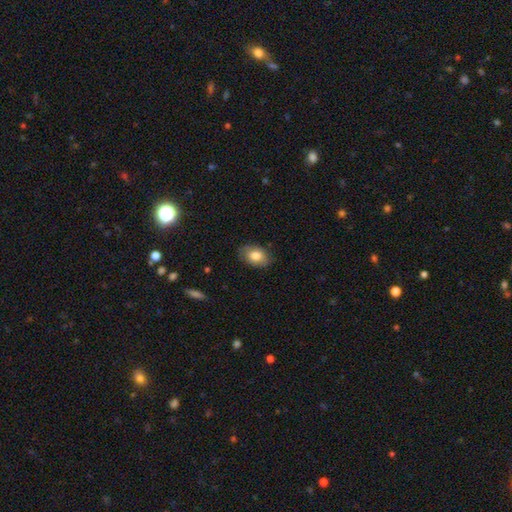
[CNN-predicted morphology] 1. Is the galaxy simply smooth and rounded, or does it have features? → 80% smooth, 13% featured or disk, 7% star or artifact.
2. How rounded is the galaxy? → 84% in between, 15% round, 1% cigar-shaped.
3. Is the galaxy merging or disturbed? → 82% none, 14% minor disturbance, 3% major disturbance, 1% merger.